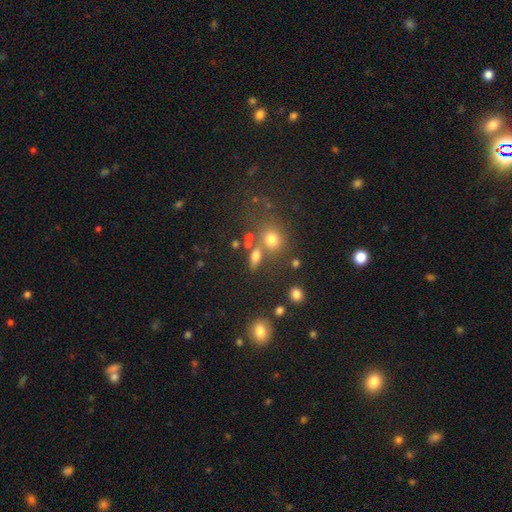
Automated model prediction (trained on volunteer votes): smooth_or_featured: smooth (p=0.70) [alt: star or artifact p=0.16]
how_rounded: in between (p=0.63) [alt: round p=0.27]
merging: none (p=0.58) [alt: merger p=0.22]